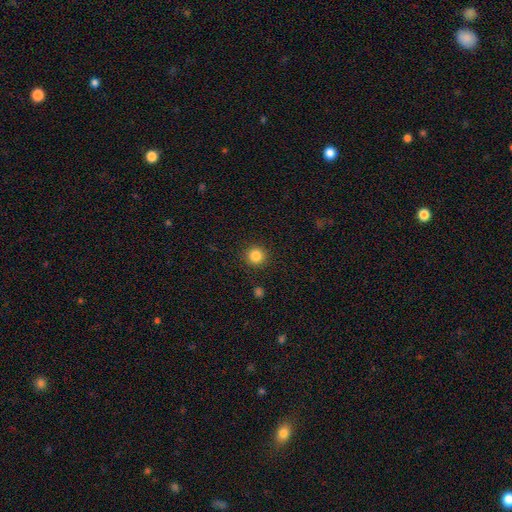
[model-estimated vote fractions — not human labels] smooth-or-featured: smooth: 85% | star or artifact: 11% | featured or disk: 4%
  how-rounded: round: 95% | in between: 4% | cigar-shaped: 1%
  merging: none: 91% | minor disturbance: 5% | major disturbance: 2% | merger: 1%